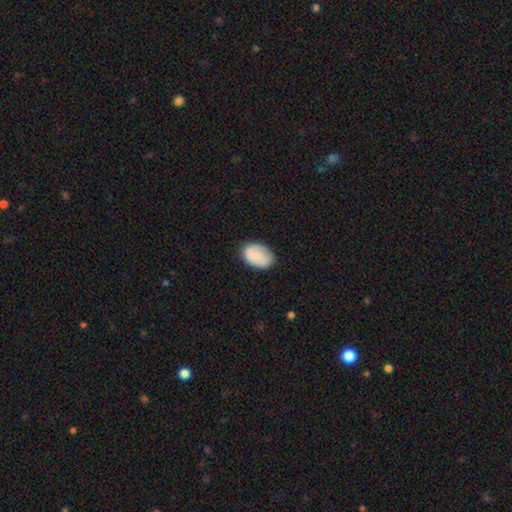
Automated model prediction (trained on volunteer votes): Smooth or featured? Predicted: smooth (p=0.74). How rounded? Predicted: in between (p=0.84). Merging? Predicted: none (p=0.80).